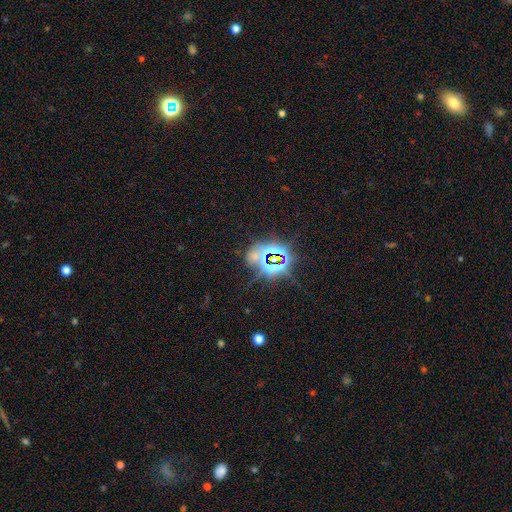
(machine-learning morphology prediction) Q: Smooth or featured?
A: star or artifact (74%); runner-up: smooth (17%)